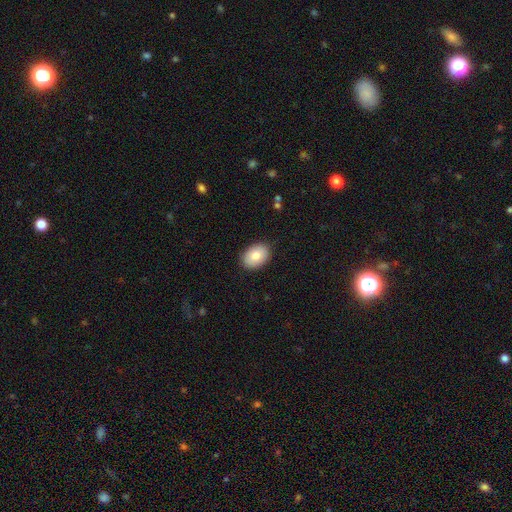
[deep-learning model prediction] A smooth galaxy with no disk features (81%) that is in between round and cigar-shaped (82%). Merging: none (88%).